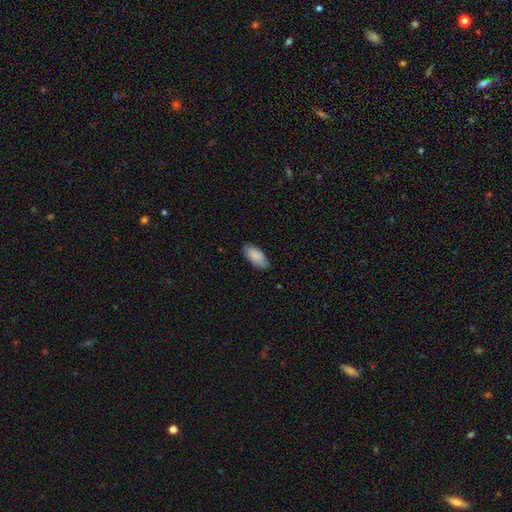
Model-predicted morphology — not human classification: Smooth or featured? smooth (88%)
How rounded? in between (88%)
Merging? none (84%)